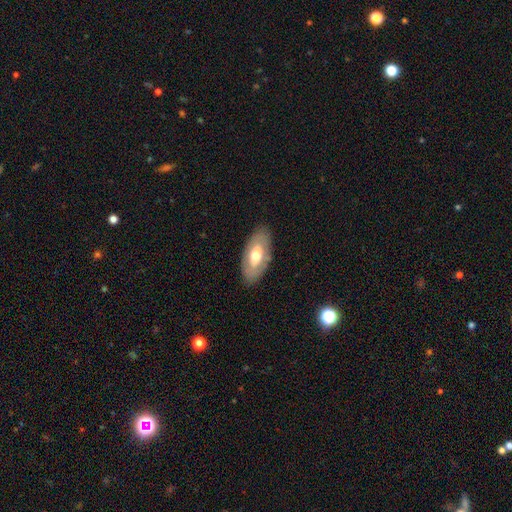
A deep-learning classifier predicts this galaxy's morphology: type=smooth (54%); roundness=in between (90%); merging=none (82%).